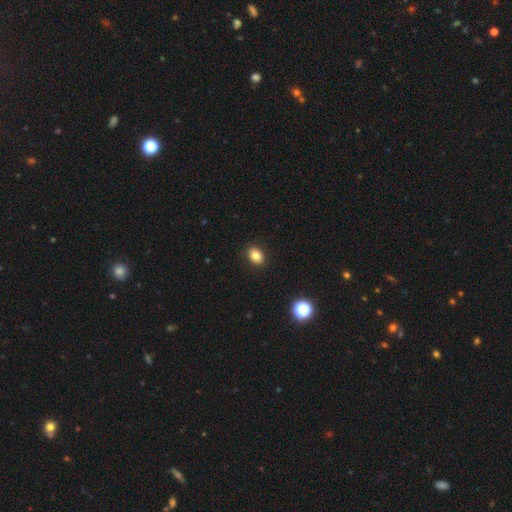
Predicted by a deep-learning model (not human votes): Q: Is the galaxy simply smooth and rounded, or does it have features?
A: smooth — 82%.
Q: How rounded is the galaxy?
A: in between — 69%.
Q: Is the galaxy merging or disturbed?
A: none — 89%.